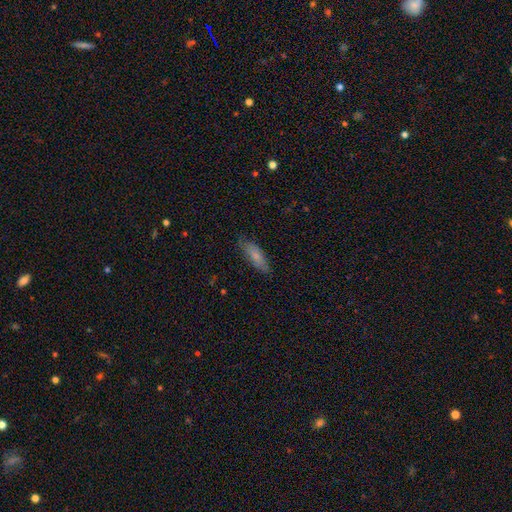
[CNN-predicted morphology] type=smooth (76%); roundness=in between (55%); merging=none (77%).